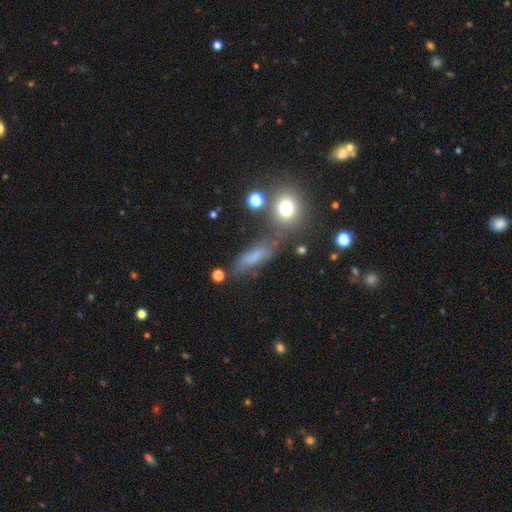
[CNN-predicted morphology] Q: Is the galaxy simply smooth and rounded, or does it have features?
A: smooth — 58%.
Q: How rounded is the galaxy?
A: in between — 45%, tied with cigar-shaped.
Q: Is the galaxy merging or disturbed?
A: none — 55%.